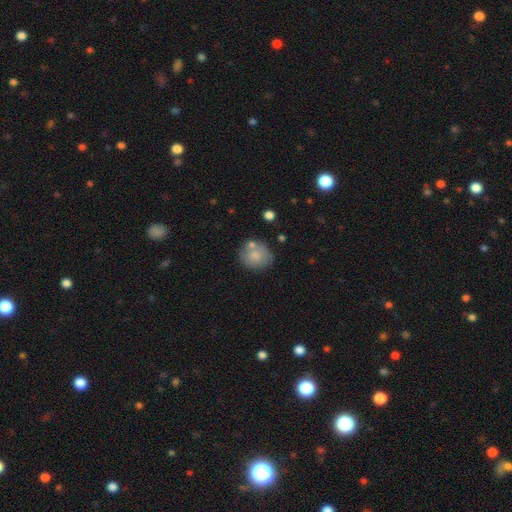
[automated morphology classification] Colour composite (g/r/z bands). It shows a smooth galaxy with no disk features (76%) that is round (79%). Merging: none (65%).